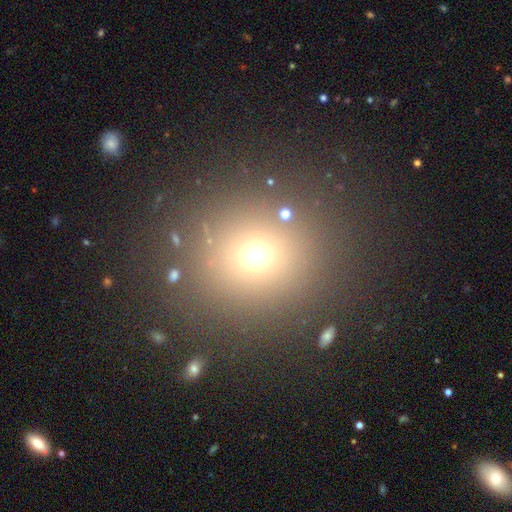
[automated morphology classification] smooth_or_featured: smooth (p=0.65) [alt: star or artifact p=0.26]
how_rounded: round (p=0.86) [alt: in between p=0.13]
merging: none (p=0.85) [alt: minor disturbance p=0.07]